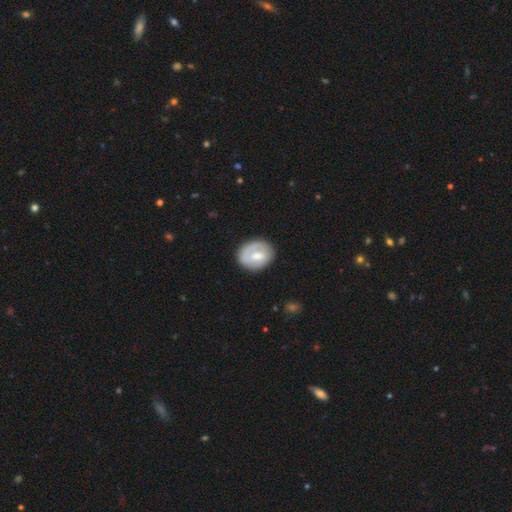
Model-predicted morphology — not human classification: Smooth or featured? smooth (49%)
Merging? none (73%)